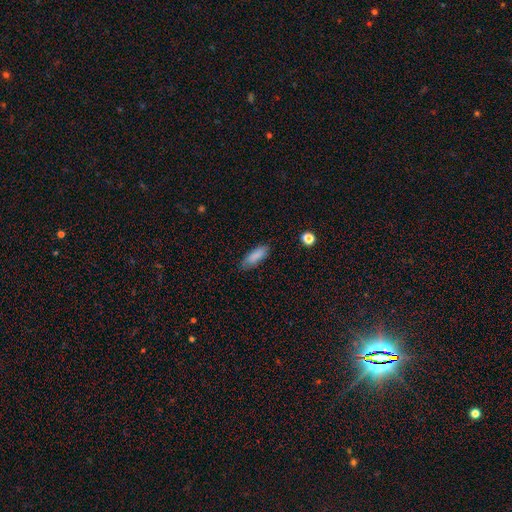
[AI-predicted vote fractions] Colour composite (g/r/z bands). It shows a smooth galaxy with no disk features (85%) that is in between round and cigar-shaped (60%). Merging: none (82%).